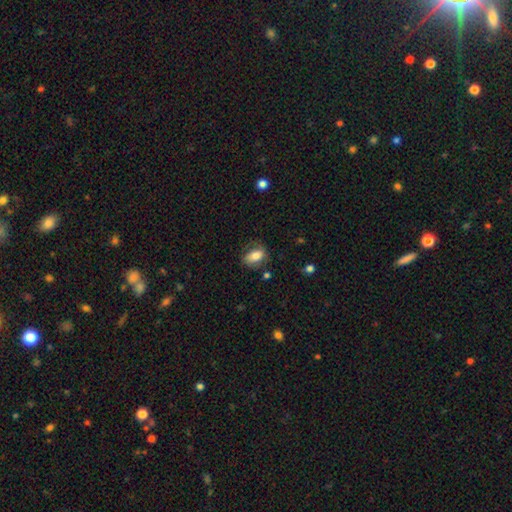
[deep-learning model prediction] smooth 74%, featured or disk 18%, star or artifact 8%. Down the decision tree: how rounded — in between (85%); merging — none (65%).